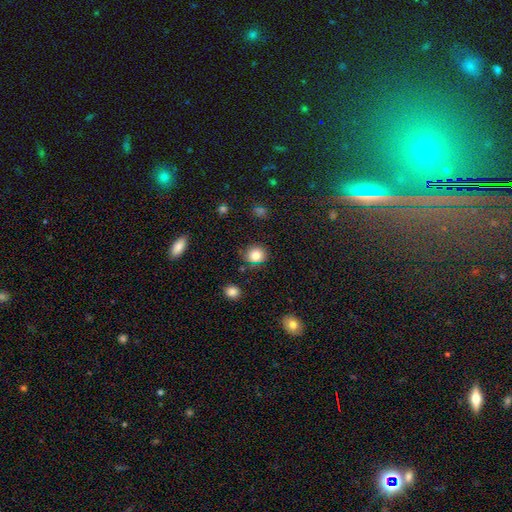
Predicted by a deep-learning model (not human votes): Smooth or featured? smooth (82%)
How rounded? round (84%)
Merging? none (82%)